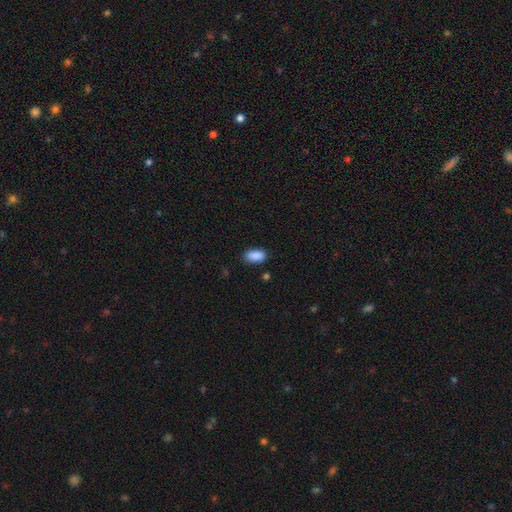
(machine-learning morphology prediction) type=smooth (90%); roundness=in between (93%); merging=none (84%).